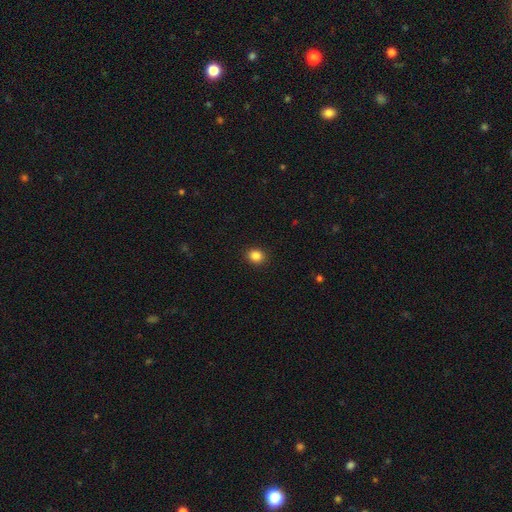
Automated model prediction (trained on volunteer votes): A smooth galaxy with no disk features (86%) that is round (70%).

Vote fractions:
- Smooth or featured? smooth: 86% / star or artifact: 11% / featured or disk: 4%
- How rounded? round: 70% / in between: 29% / cigar-shaped: 1%
- Merging? none: 91% / minor disturbance: 6% / major disturbance: 2% / merger: 1%